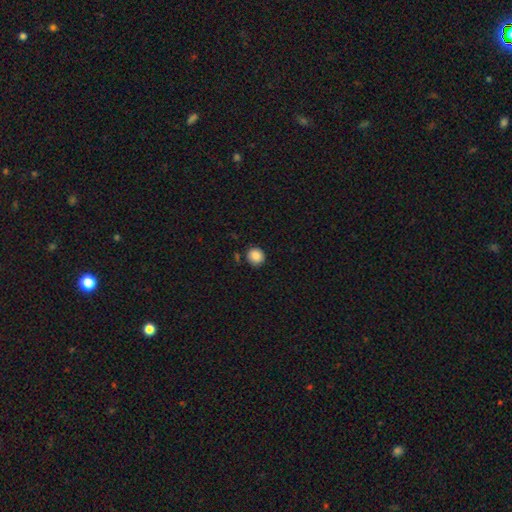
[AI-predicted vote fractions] Smooth or featured? Predicted: smooth (p=0.88). How rounded? Predicted: round (p=0.88). Merging? Predicted: none (p=0.85).